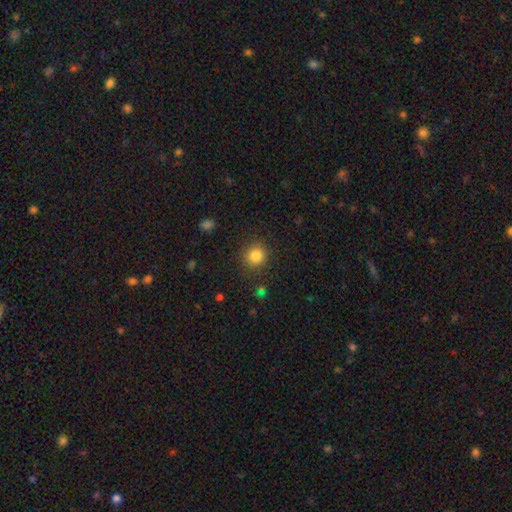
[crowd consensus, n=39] Overall: smooth (87%). How rounded: round (97%). Merging: none (100%).